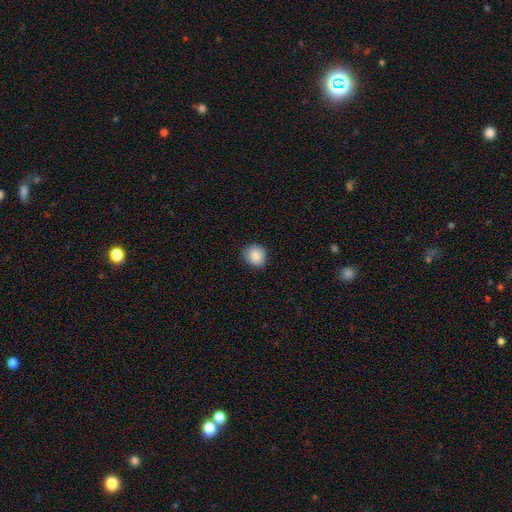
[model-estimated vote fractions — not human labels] smooth 88%, star or artifact 8%, featured or disk 4%. Down the decision tree: how rounded — round (81%); merging — none (84%).